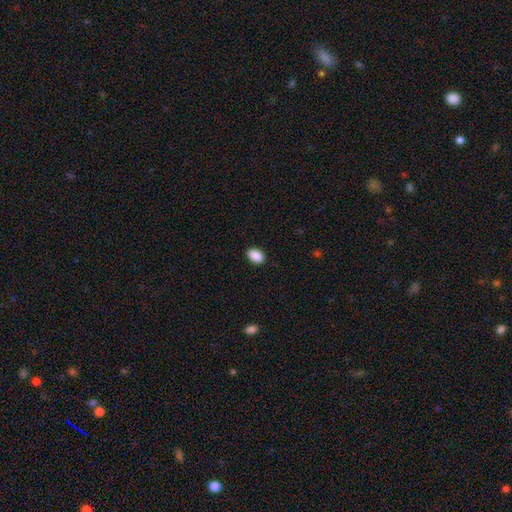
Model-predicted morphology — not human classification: Smooth or featured: smooth — 90% (star or artifact — 7%)
How rounded: in between — 88% (round — 11%)
Merging: none — 89% (minor disturbance — 8%)